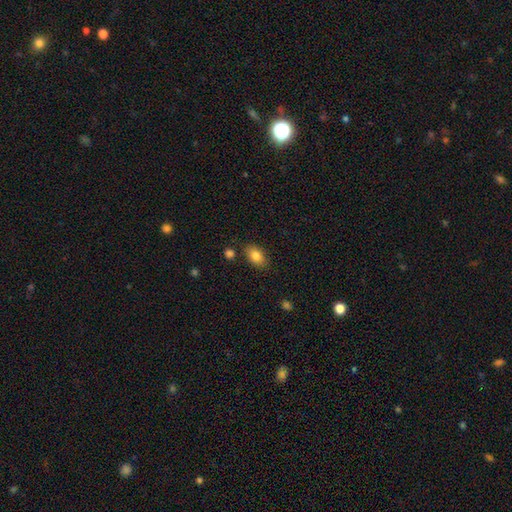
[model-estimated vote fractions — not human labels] Q: Smooth or featured?
A: smooth (83%); runner-up: featured or disk (9%)
Q: How rounded?
A: in between (88%); runner-up: round (10%)
Q: Merging?
A: none (81%); runner-up: minor disturbance (12%)